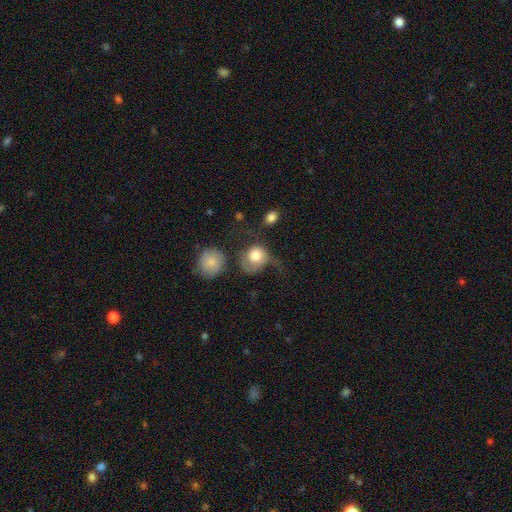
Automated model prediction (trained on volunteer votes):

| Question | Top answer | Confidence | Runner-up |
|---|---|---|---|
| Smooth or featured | smooth | 76% | featured or disk (17%) |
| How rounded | round | 77% | in between (22%) |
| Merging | major disturbance | 39% | none (27%) |